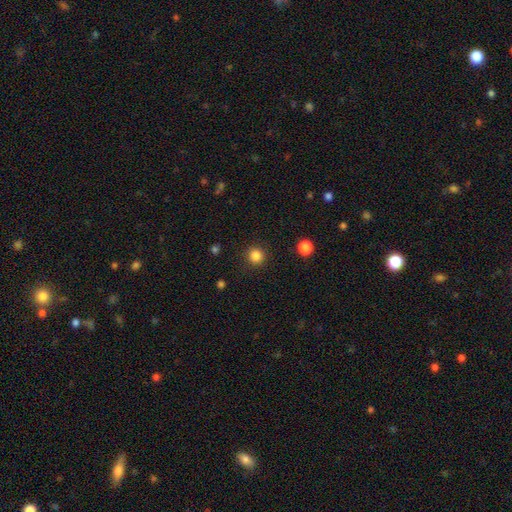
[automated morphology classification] A smooth galaxy with no disk features (84%) that is round (95%).

Vote fractions:
- Smooth or featured? smooth: 84% / star or artifact: 12% / featured or disk: 4%
- How rounded? round: 95% / in between: 5% / cigar-shaped: 1%
- Merging? none: 91% / minor disturbance: 6% / major disturbance: 2% / merger: 1%